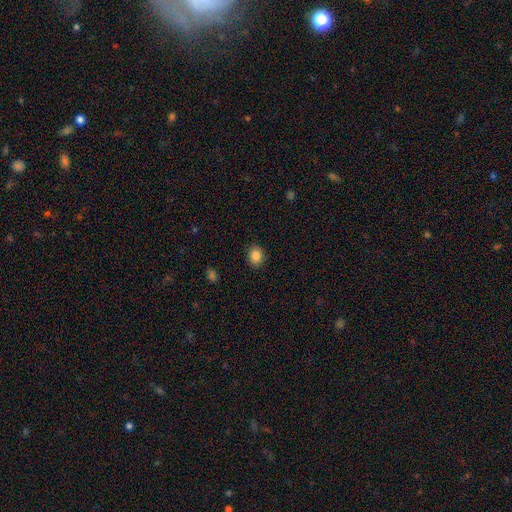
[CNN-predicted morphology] A smooth galaxy with no disk features (86%) that is round (57%). Merging: none (89%).